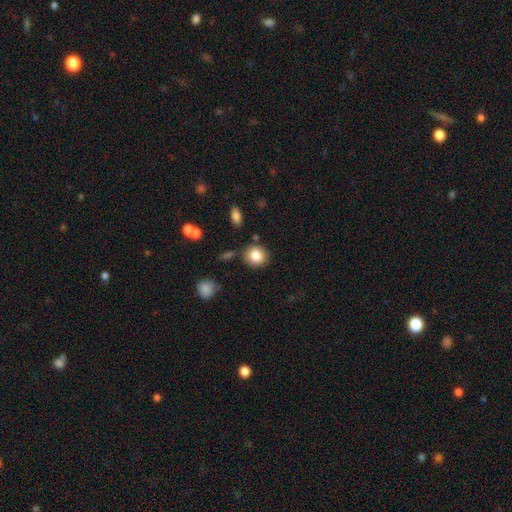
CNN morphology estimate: smooth 84%, star or artifact 9%, featured or disk 7%. Down the decision tree: how rounded — round (83%); merging — none (82%).